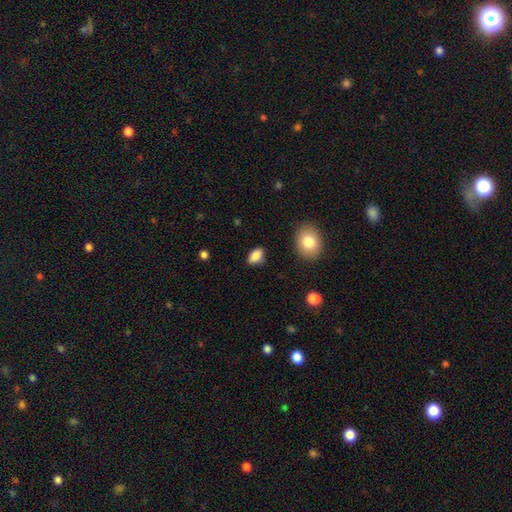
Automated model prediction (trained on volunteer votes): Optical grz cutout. It shows a smooth galaxy with no disk features (86%) that is in between round and cigar-shaped (88%). Merging: none (84%).